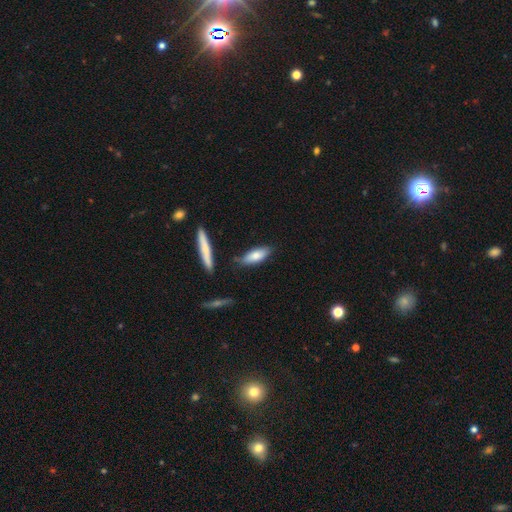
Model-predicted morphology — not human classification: Smooth or featured?
  - smooth: 78% *
  - featured or disk: 16%
  - star or artifact: 6%
How rounded?
  - in between: 62% *
  - cigar-shaped: 35%
  - round: 2%
Merging?
  - none: 74% *
  - minor disturbance: 16%
  - merger: 6%
  - major disturbance: 3%